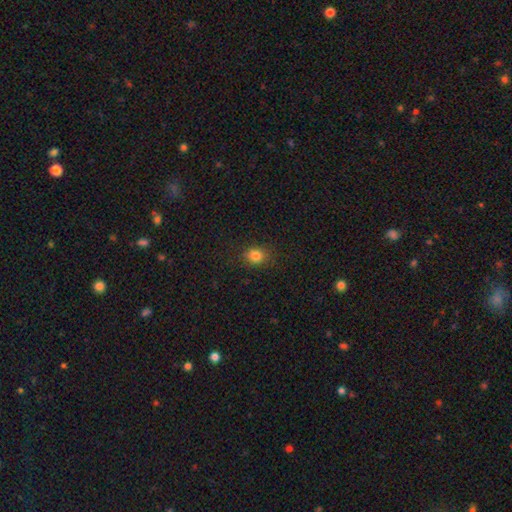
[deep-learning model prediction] A smooth galaxy with no disk features (82%) that is round (71%). Merging: none (86%).